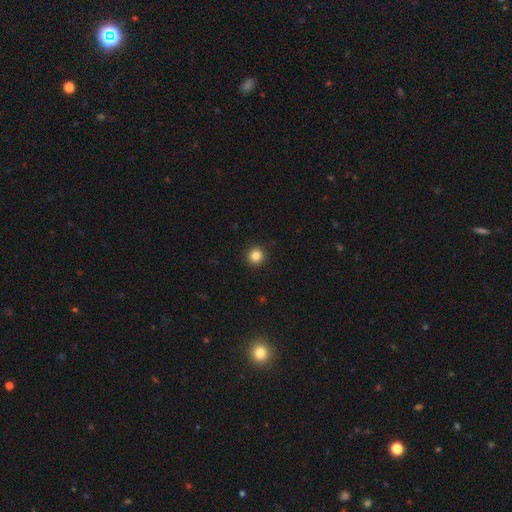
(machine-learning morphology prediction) Smooth or featured?
  - smooth: 84% *
  - star or artifact: 11%
  - featured or disk: 4%
How rounded?
  - round: 95% *
  - in between: 4%
  - cigar-shaped: 1%
Merging?
  - none: 93% *
  - minor disturbance: 4%
  - major disturbance: 2%
  - merger: 1%